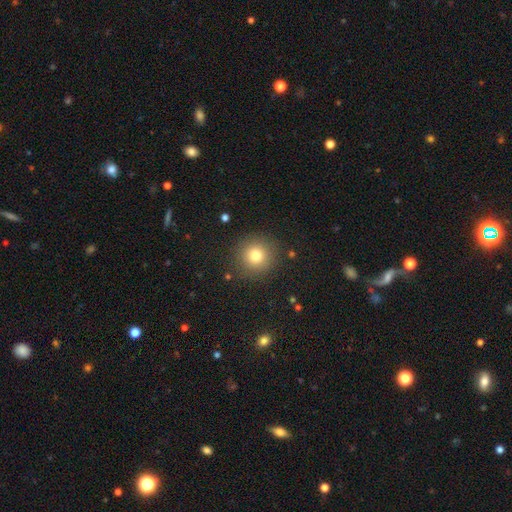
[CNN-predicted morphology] type=smooth (77%); roundness=round (95%); merging=none (89%).